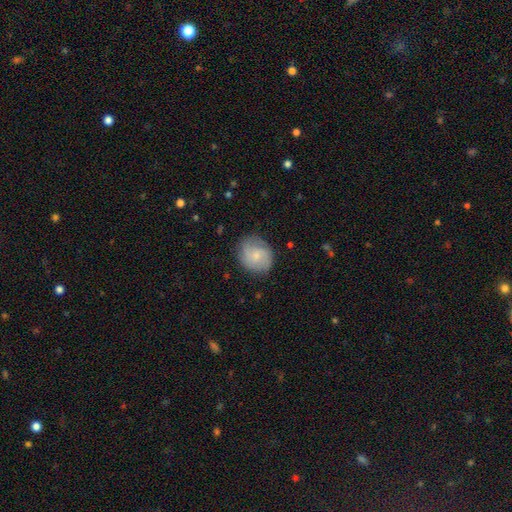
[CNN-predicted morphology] type=smooth (57%); roundness=round (73%); merging=none (74%).